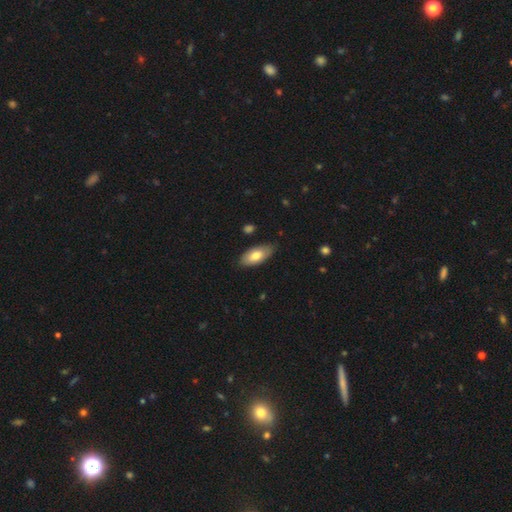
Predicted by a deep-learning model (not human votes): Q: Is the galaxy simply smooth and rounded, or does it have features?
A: smooth — 75%.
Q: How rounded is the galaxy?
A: in between — 89%.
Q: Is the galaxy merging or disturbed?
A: none — 80%.